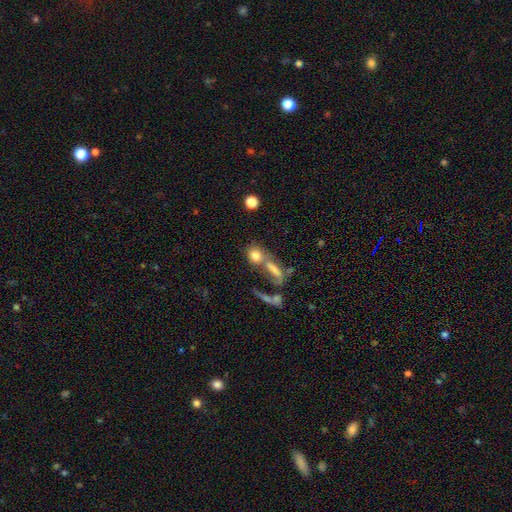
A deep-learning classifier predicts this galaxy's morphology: A smooth galaxy with no disk features (74%) that is round (60%). Merging: merger (46%).